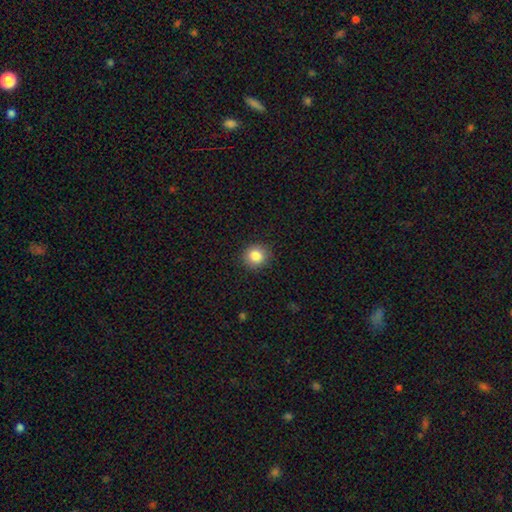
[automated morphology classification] This appears to be a smooth galaxy with no disk features (85%) that is round (87%). Merging: none (89%).